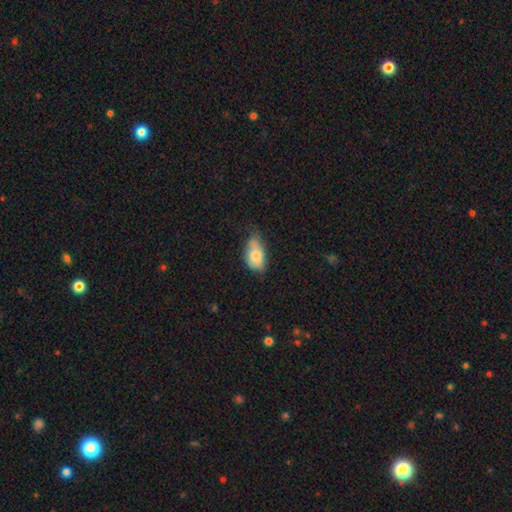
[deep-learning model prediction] Smooth or featured? smooth (76%)
How rounded? in between (91%)
Merging? none (46%)